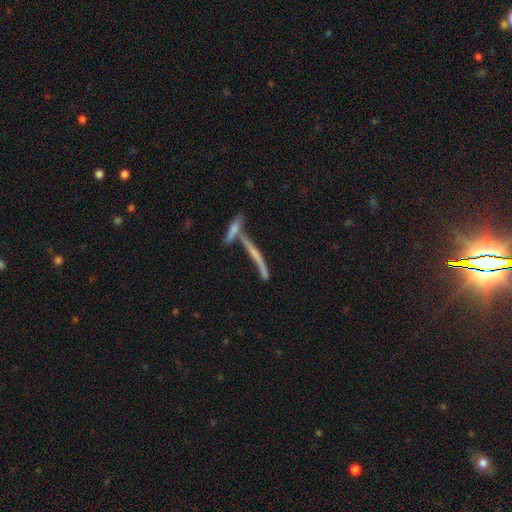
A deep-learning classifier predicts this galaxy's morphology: This appears to be a featured or disk galaxy (58%) viewed edge-on (84%). Merging: none (46%).